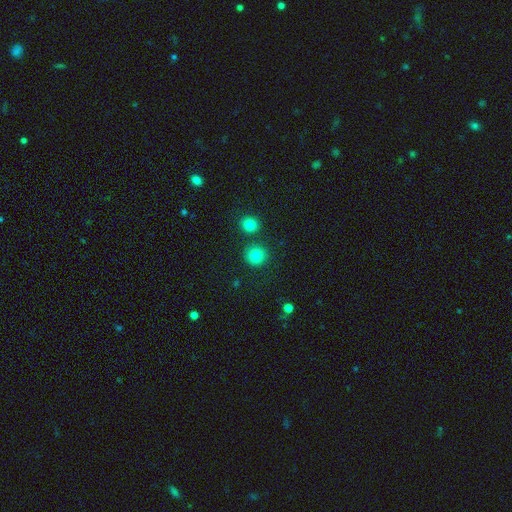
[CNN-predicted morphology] smooth 83%, star or artifact 12%, featured or disk 5%. Down the decision tree: how rounded — round (92%); merging — none (84%).